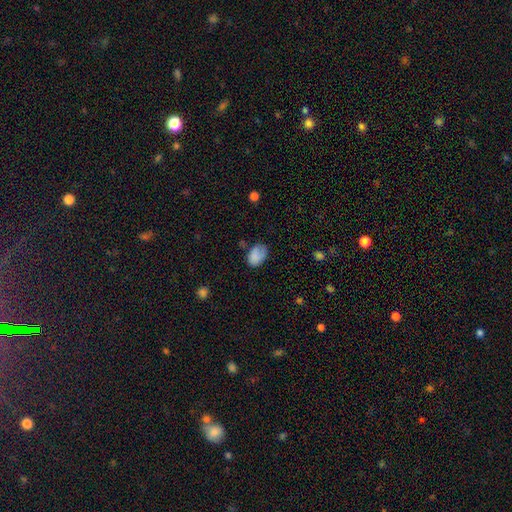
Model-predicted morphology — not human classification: Smooth or featured: smooth — 84% (featured or disk — 8%)
How rounded: in between — 85% (round — 14%)
Merging: none — 62% (minor disturbance — 27%)